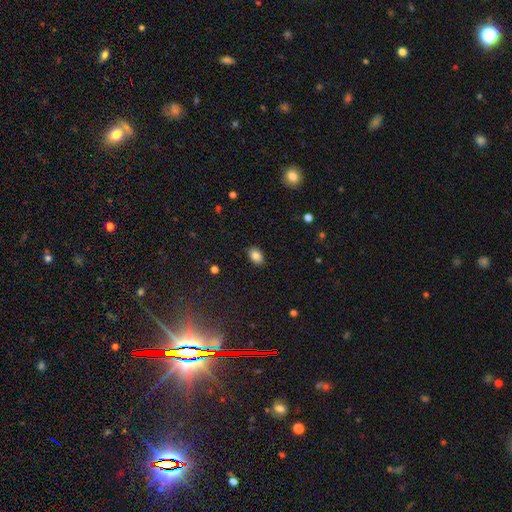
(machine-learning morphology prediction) Overall: smooth (85%). How rounded: in between (84%). Merging: none (88%).